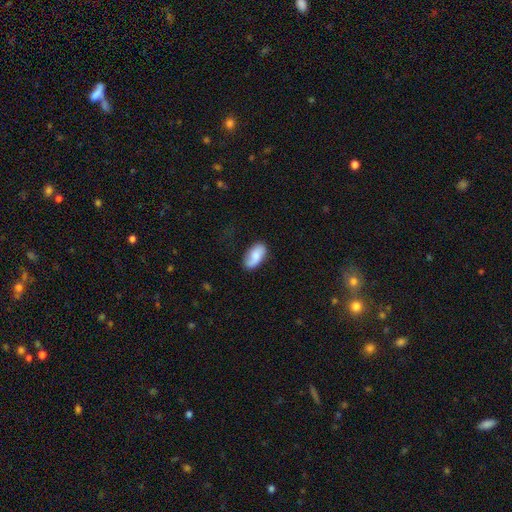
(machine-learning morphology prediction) Smooth or featured?
  - smooth: 75% *
  - featured or disk: 18%
  - star or artifact: 6%
How rounded?
  - in between: 93% *
  - cigar-shaped: 4%
  - round: 3%
Merging?
  - none: 72% *
  - minor disturbance: 21%
  - major disturbance: 5%
  - merger: 2%